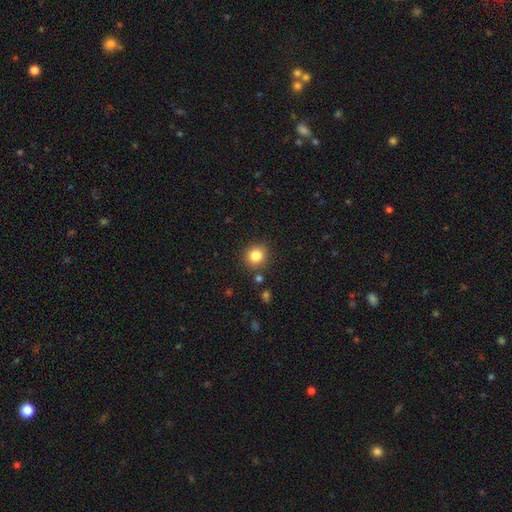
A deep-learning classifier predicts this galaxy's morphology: Q: Smooth or featured?
A: smooth (83%); runner-up: star or artifact (11%)
Q: How rounded?
A: round (87%); runner-up: in between (12%)
Q: Merging?
A: none (85%); runner-up: minor disturbance (8%)